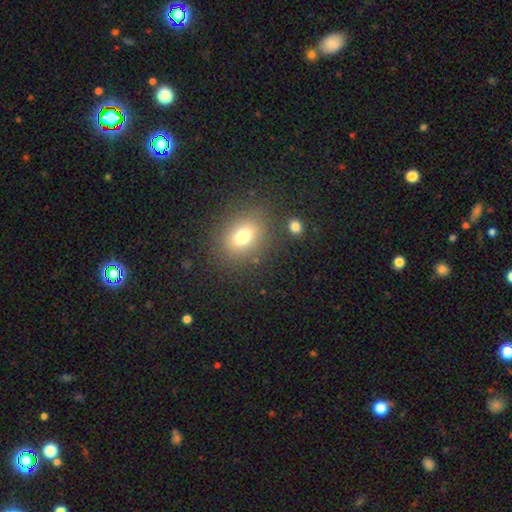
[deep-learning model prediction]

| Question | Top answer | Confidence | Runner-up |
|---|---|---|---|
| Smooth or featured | smooth | 68% | star or artifact (21%) |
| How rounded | in between | 55% | round (44%) |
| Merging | none | 86% | minor disturbance (8%) |